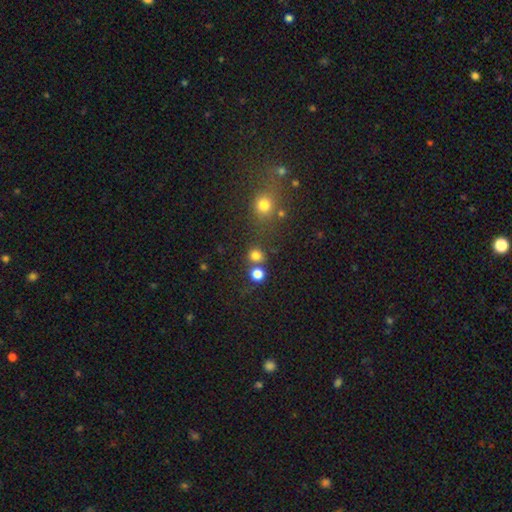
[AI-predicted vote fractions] Overall: smooth (78%). How rounded: round (87%). Merging: none (67%).